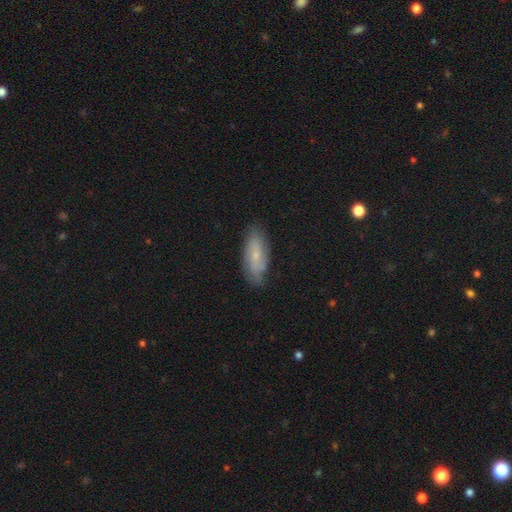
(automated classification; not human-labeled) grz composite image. It shows a featured or disk galaxy (50%). Merging: none (77%).